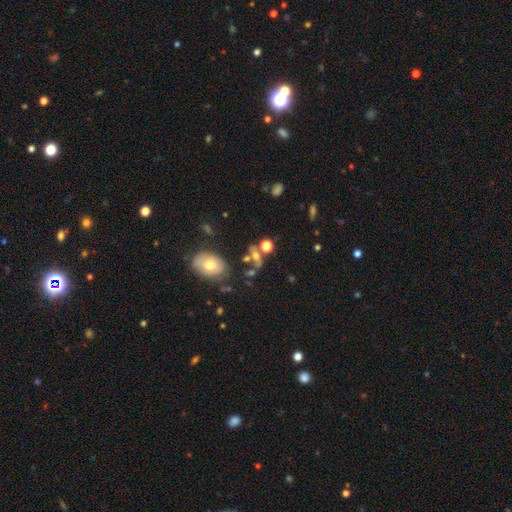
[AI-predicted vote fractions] smooth 49%, featured or disk 34%, star or artifact 17%. Down the decision tree: merging — none (50%).